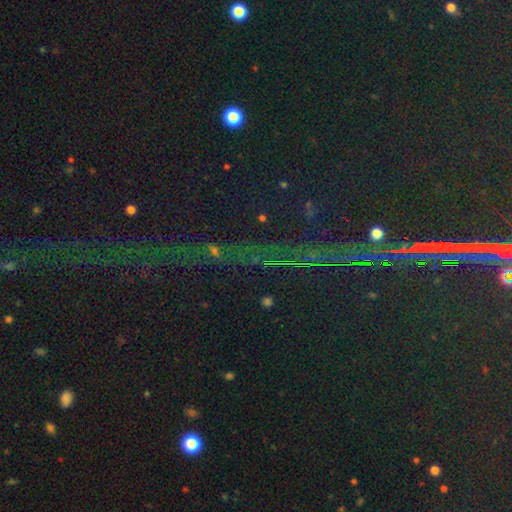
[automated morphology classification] The model was most divided on "smooth or featured": star or artifact: 81%, smooth: 10%, featured or disk: 9%.